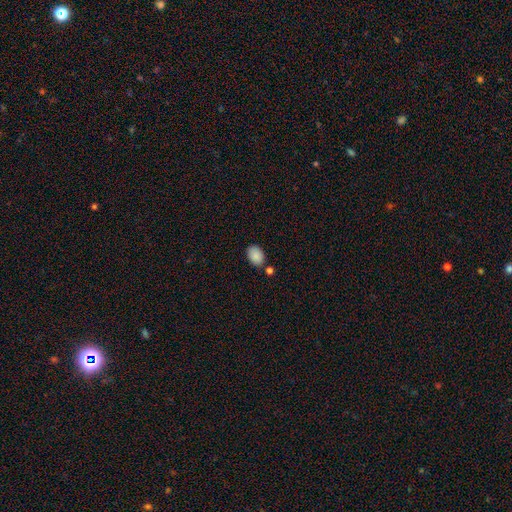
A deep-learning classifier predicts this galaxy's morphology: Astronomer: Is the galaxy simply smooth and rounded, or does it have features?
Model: smooth — 88%.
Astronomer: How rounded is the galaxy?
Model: in between — 86%.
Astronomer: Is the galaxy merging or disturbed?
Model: none — 75%.